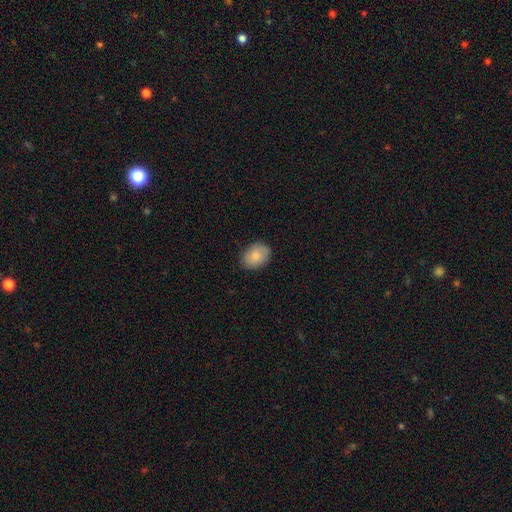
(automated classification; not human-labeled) smooth-or-featured: smooth: 85% | featured or disk: 8% | star or artifact: 7%
  how-rounded: in between: 69% | round: 30% | cigar-shaped: 1%
  merging: none: 85% | minor disturbance: 11% | major disturbance: 2% | merger: 1%